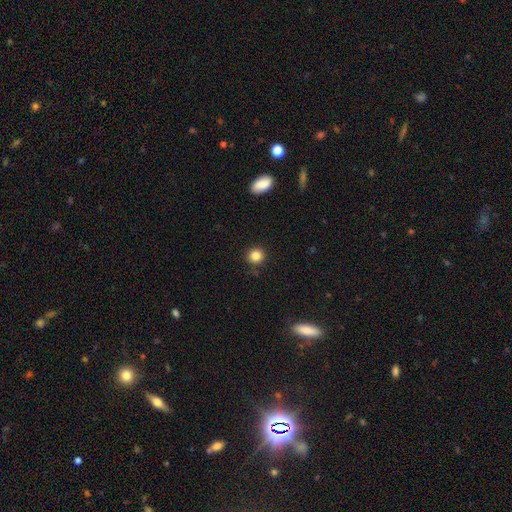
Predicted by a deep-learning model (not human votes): Smooth or featured?
  - smooth: 85% *
  - star or artifact: 11%
  - featured or disk: 4%
How rounded?
  - round: 91% *
  - in between: 8%
  - cigar-shaped: 1%
Merging?
  - none: 89% *
  - minor disturbance: 7%
  - major disturbance: 2%
  - merger: 2%